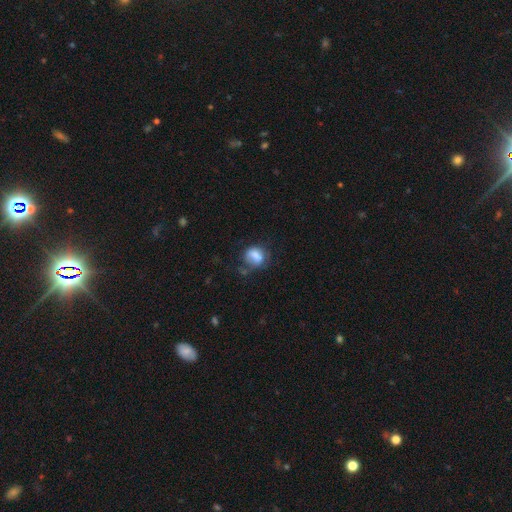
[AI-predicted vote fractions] smooth 74%, featured or disk 16%, star or artifact 9%. Down the decision tree: how rounded — in between (53%); merging — none (44%).